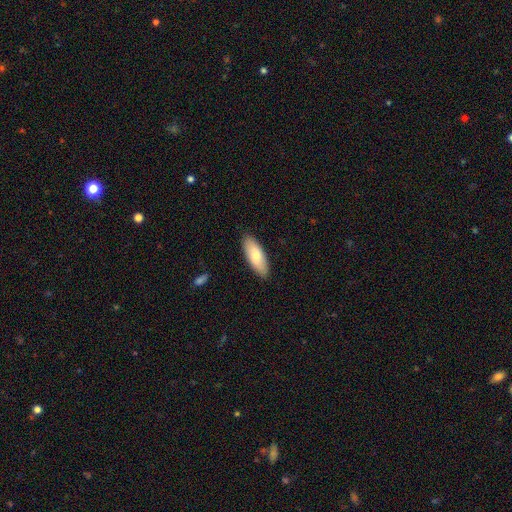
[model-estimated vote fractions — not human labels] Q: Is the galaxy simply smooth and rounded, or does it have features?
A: smooth — 75%.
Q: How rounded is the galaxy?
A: in between — 76%.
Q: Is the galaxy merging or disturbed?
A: none — 89%.